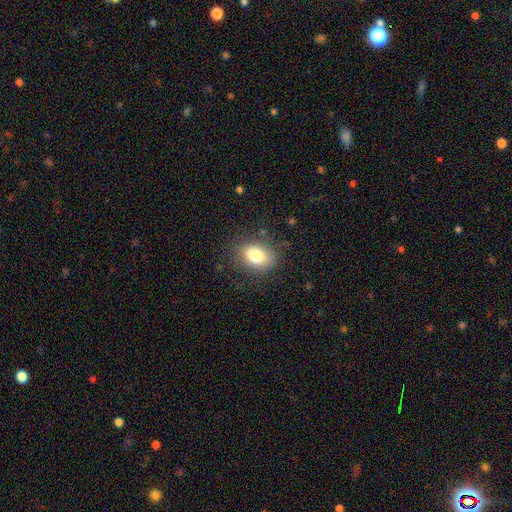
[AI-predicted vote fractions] Q: Smooth or featured?
A: smooth (80%); runner-up: featured or disk (10%)
Q: How rounded?
A: in between (68%); runner-up: round (31%)
Q: Merging?
A: none (81%); runner-up: minor disturbance (13%)